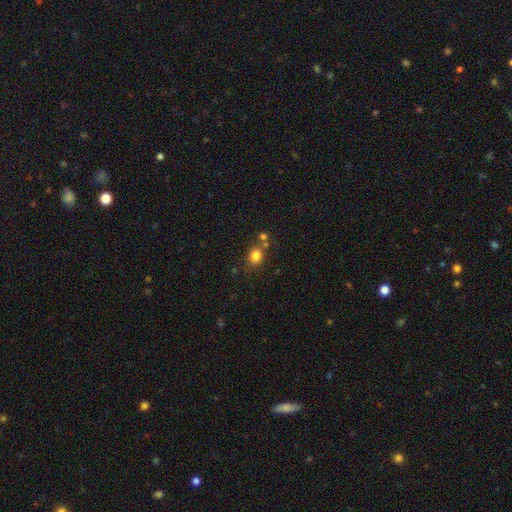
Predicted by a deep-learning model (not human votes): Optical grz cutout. It shows a smooth galaxy with no disk features (82%) that is round (69%). Merging: none (65%).